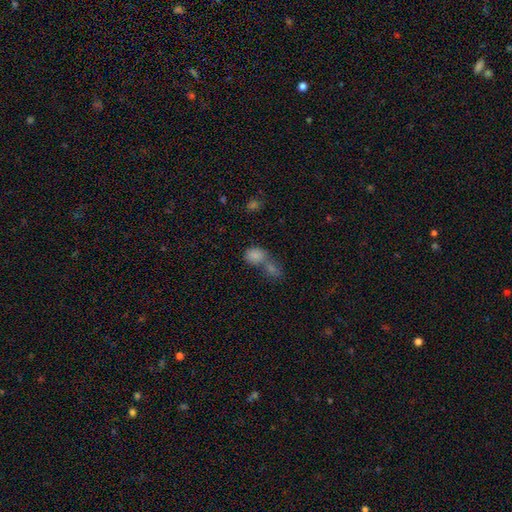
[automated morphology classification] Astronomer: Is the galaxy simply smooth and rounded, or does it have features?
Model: smooth — 81%.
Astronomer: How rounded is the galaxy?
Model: in between — 62%.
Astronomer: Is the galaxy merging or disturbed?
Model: merger — 63%.